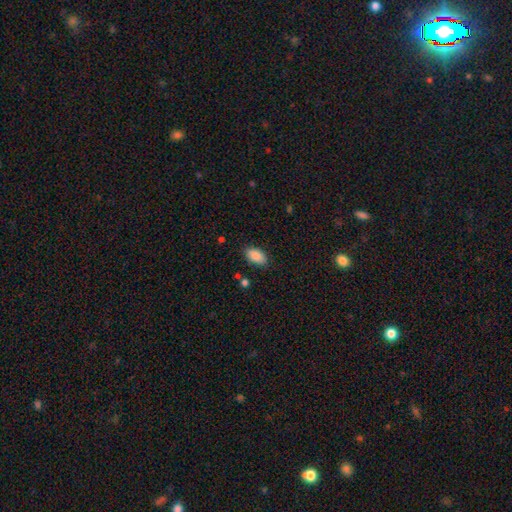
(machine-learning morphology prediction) A smooth galaxy with no disk features (88%) that is in between round and cigar-shaped (94%). Merging: none (84%).